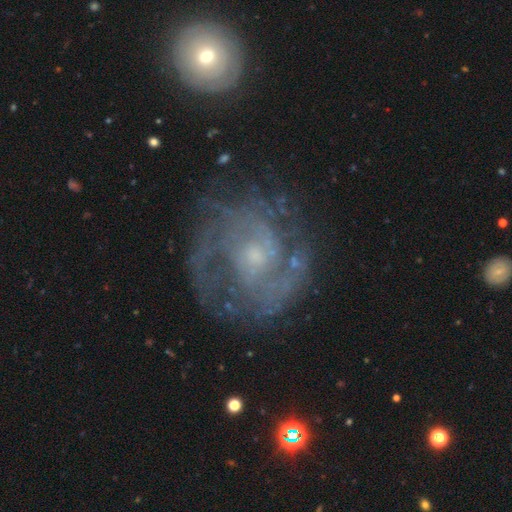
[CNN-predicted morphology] smooth_or_featured: featured or disk (p=0.85) [alt: star or artifact p=0.08]
disk_edge_on: no (p=0.98) [alt: yes p=0.02]
bar: no (p=0.60) [alt: weak p=0.33]
has_spiral_arms: yes (p=0.92) [alt: no p=0.08]
spiral_winding: tight (p=0.45) [alt: medium p=0.42]
spiral_arm_count: 2 (p=0.49) [alt: can't tell p=0.24]
bulge_size: small (p=0.67) [alt: moderate p=0.24]
merging: none (p=0.71) [alt: minor disturbance p=0.16]